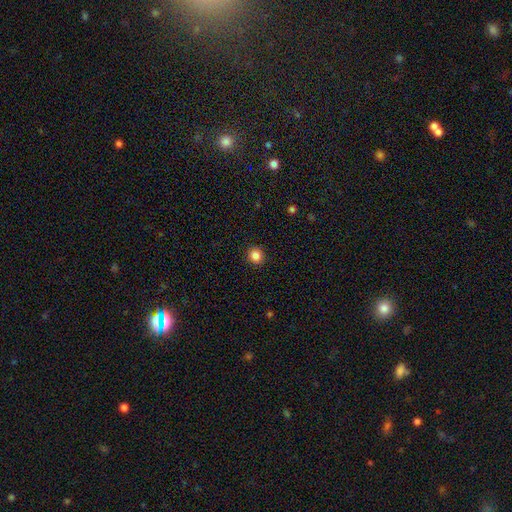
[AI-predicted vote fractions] Smooth or featured: smooth — 85% (star or artifact — 11%)
How rounded: round — 91% (in between — 8%)
Merging: none — 92% (minor disturbance — 5%)